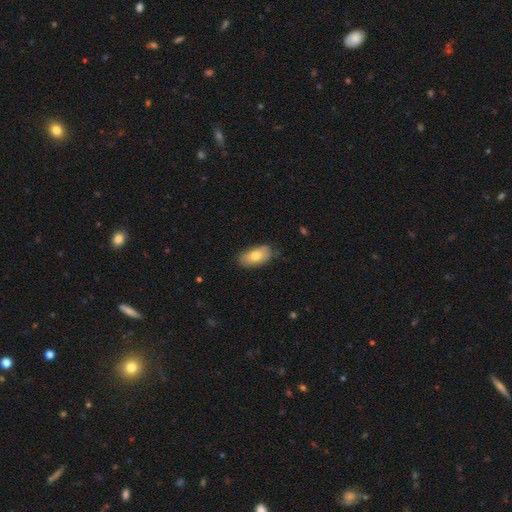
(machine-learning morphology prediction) Overall: smooth (74%). How rounded: in between (92%). Merging: none (77%).